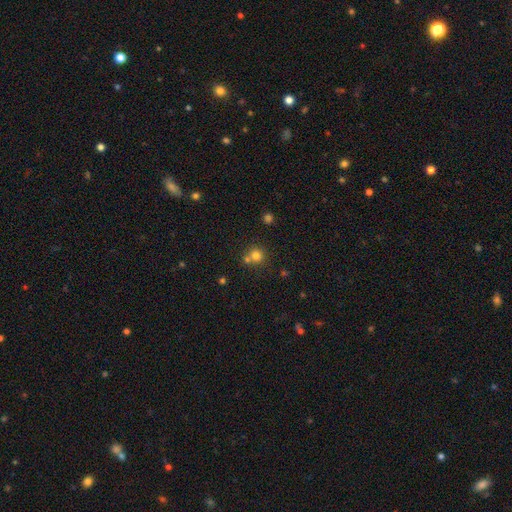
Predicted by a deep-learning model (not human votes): Smooth or featured? Predicted: smooth (p=0.76). How rounded? Predicted: round (p=0.89). Merging? Predicted: none (p=0.58).